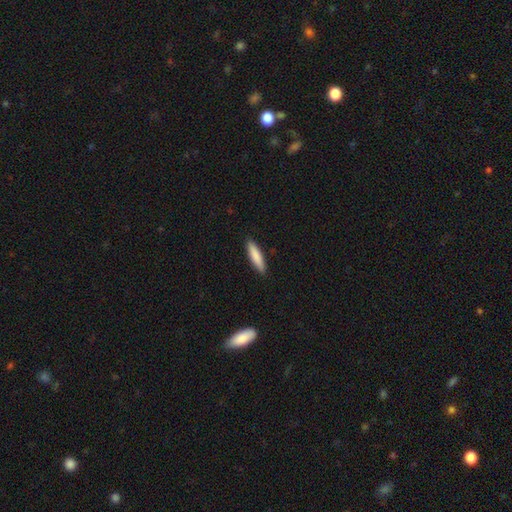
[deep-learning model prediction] This appears to be a smooth galaxy with no disk features (85%) that is cigar-shaped (78%). Merging: none (90%).